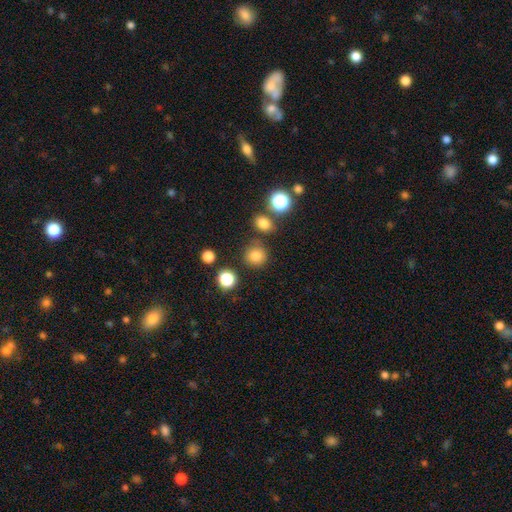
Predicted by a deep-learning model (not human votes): Overall: smooth (79%). How rounded: round (91%). Merging: none (79%).